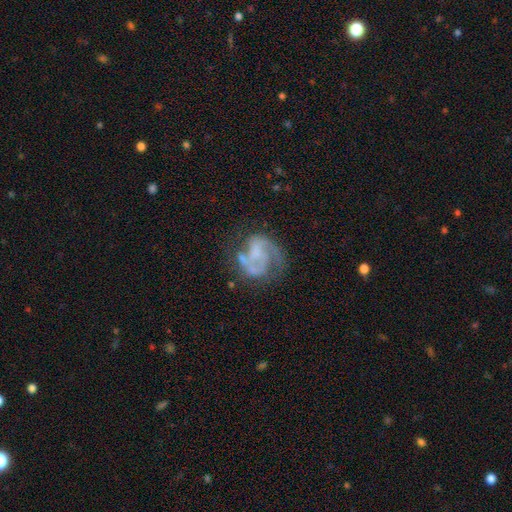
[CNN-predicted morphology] Overall: featured or disk (81%). Edge-on disk: no (98%). Bar: no (57%; weak 33%). Spiral arms: yes (90%). Spiral arm count: 2 (67%). Spiral winding: medium (49%; tight 31%). Bulge size: none (49%; small 25%). Merging: none (53%; minor disturbance 21%).